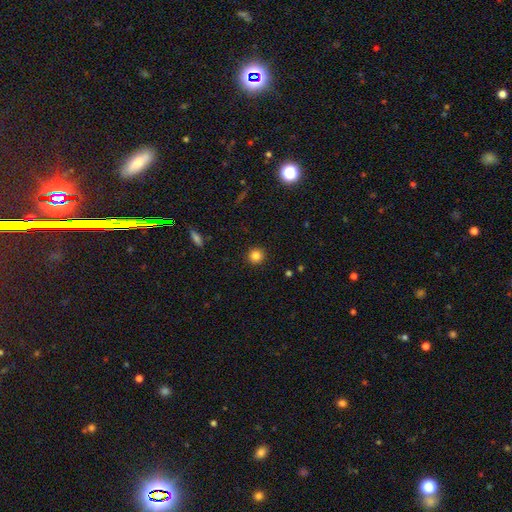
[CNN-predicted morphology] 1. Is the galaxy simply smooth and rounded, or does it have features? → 84% smooth, 12% star or artifact, 5% featured or disk.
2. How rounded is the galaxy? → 94% round, 5% in between, 1% cigar-shaped.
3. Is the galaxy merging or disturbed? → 92% none, 5% minor disturbance, 2% major disturbance, 1% merger.